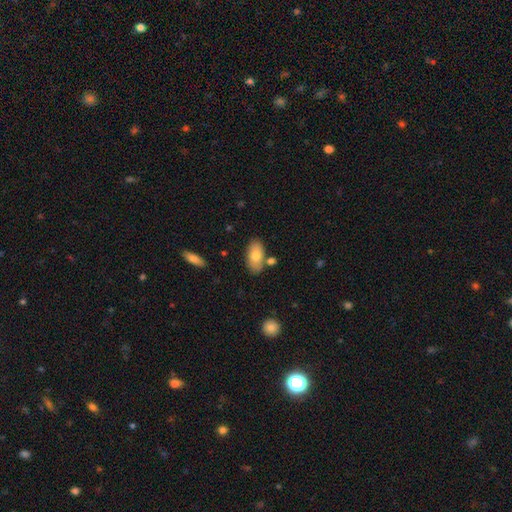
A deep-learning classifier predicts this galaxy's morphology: This appears to be a smooth galaxy with no disk features (76%) that is in between round and cigar-shaped (93%). Merging: none (74%).